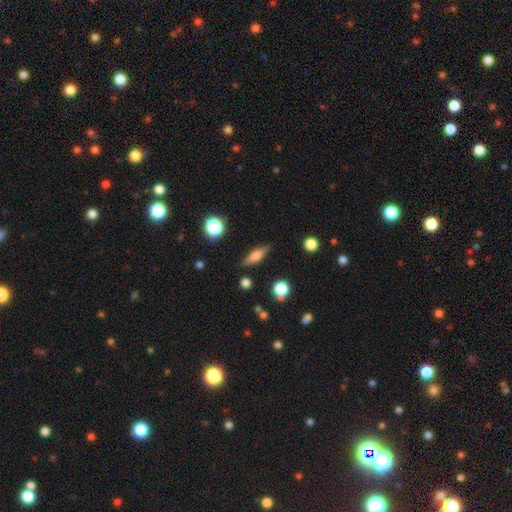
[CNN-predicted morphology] Smooth or featured? smooth (48%)
Merging? none (84%)